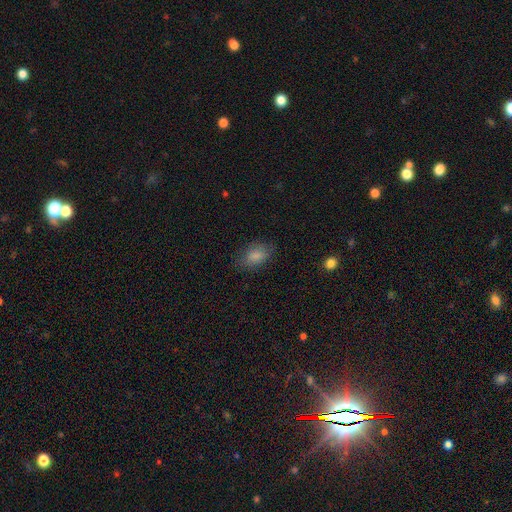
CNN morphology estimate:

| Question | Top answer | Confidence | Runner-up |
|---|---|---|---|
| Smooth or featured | smooth | 84% | star or artifact (9%) |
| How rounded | in between | 85% | round (13%) |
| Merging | none | 76% | minor disturbance (18%) |